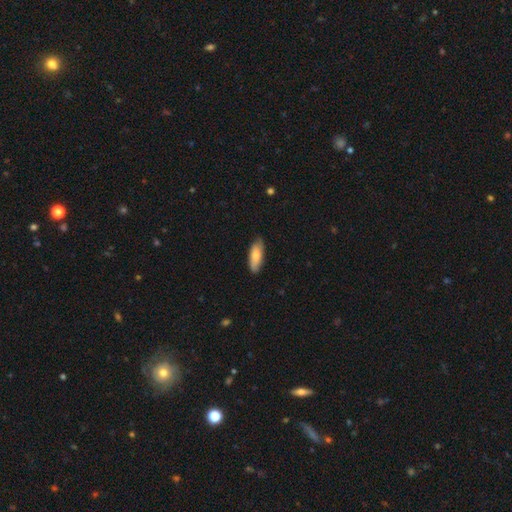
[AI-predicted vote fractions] This appears to be a smooth galaxy with no disk features (78%) that is in between round and cigar-shaped (69%). Merging: none (81%).